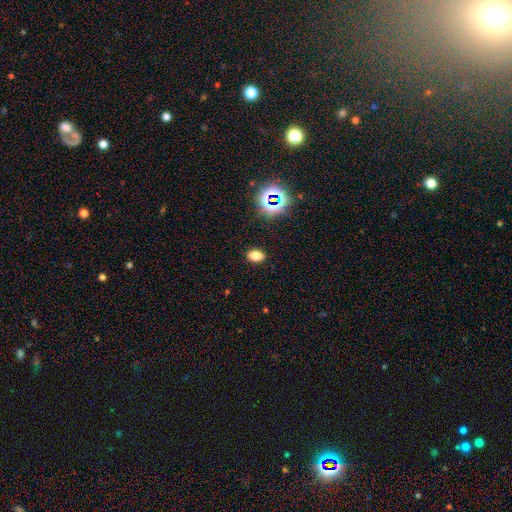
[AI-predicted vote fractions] This appears to be a smooth galaxy with no disk features (75%) that is in between round and cigar-shaped (84%). Merging: none (89%).